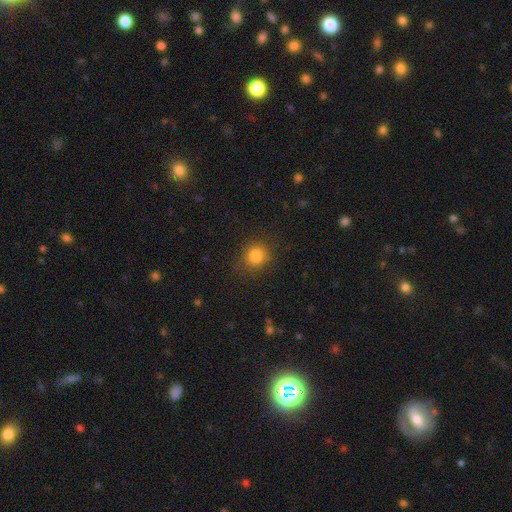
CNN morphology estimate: Smooth or featured?
  - smooth: 82% *
  - star or artifact: 12%
  - featured or disk: 5%
How rounded?
  - round: 84% *
  - in between: 15%
  - cigar-shaped: 1%
Merging?
  - none: 84% *
  - minor disturbance: 11%
  - major disturbance: 4%
  - merger: 1%